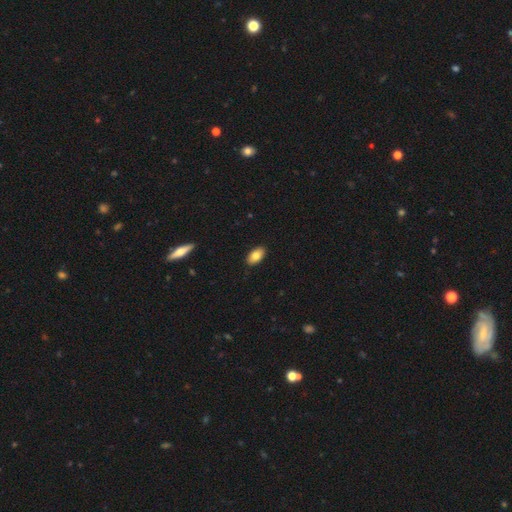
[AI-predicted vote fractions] A smooth galaxy with no disk features (82%) that is in between round and cigar-shaped (94%).

Vote fractions:
- Smooth or featured? smooth: 82% / featured or disk: 11% / star or artifact: 7%
- How rounded? in between: 94% / round: 4% / cigar-shaped: 2%
- Merging? none: 89% / minor disturbance: 8% / major disturbance: 2% / merger: 1%